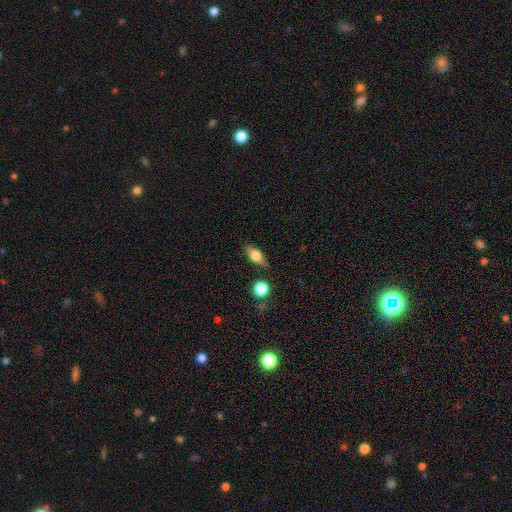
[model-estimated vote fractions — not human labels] This appears to be a smooth galaxy with no disk features (57%) that is in between round and cigar-shaped (68%). Merging: none (81%).